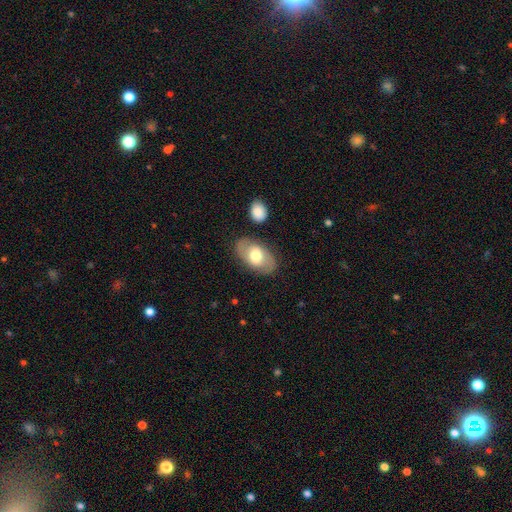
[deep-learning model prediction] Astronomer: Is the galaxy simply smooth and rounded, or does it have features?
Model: smooth — 51% (runner-up: featured or disk, 43%).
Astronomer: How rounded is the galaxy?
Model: in between — 91%.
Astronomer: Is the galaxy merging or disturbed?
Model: none — 80%.